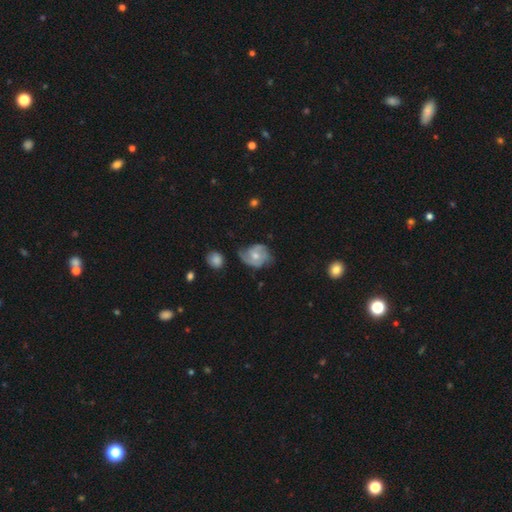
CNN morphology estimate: Smooth or featured? featured or disk (64%)
Edge-on disk? no (97%)
Bar? no (73%)
Spiral arms? yes (84%)
Spiral winding? medium (43%)
Spiral arm count? 2 (53%)
Bulge size? moderate (60%)
Merging? none (47%)